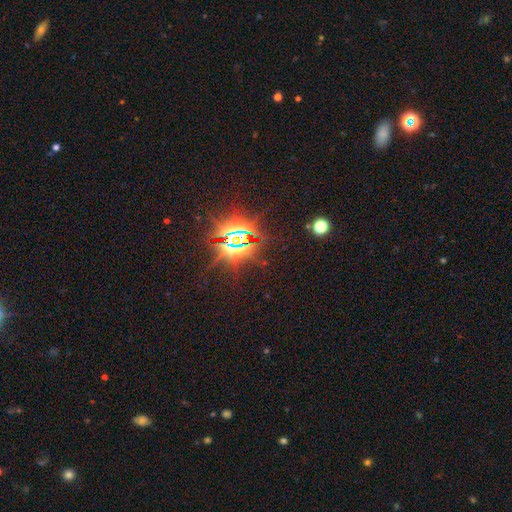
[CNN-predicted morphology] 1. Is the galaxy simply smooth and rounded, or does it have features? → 84% star or artifact, 9% smooth, 6% featured or disk.